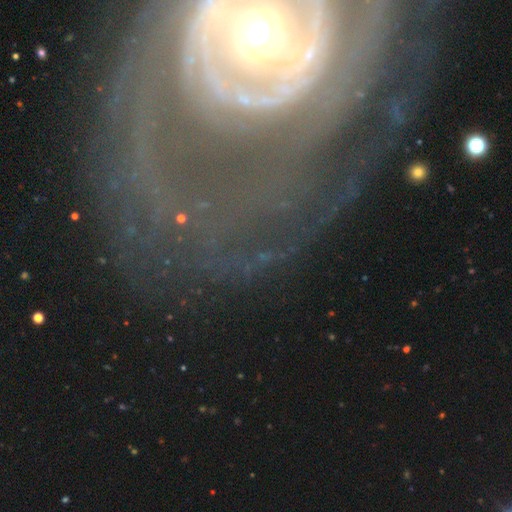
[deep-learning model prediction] smooth_or_featured: featured or disk (p=0.83) [alt: star or artifact p=0.09]
disk_edge_on: no (p=0.92) [alt: yes p=0.08]
bar: no (p=0.55) [alt: strong p=0.24]
has_spiral_arms: yes (p=0.79) [alt: no p=0.21]
spiral_winding: tight (p=0.68) [alt: medium p=0.21]
spiral_arm_count: can't tell (p=0.35) [alt: 2 p=0.24]
bulge_size: moderate (p=0.53) [alt: small p=0.31]
merging: none (p=0.64) [alt: major disturbance p=0.18]